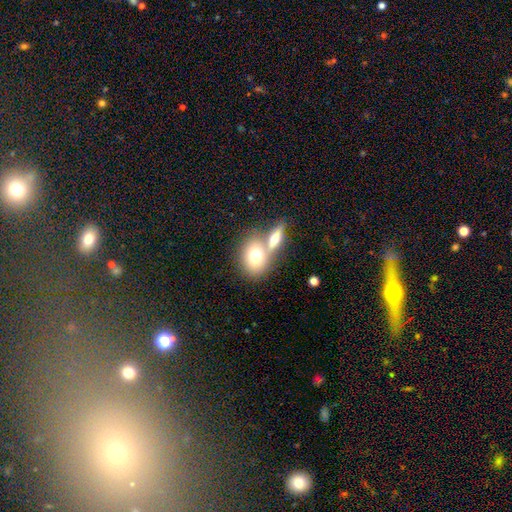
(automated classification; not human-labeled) The model was most divided on "merging": merger: 48%, none: 39%, minor disturbance: 9%, major disturbance: 4%. More confident: smooth or featured — smooth (71%); how rounded — in between (62%).